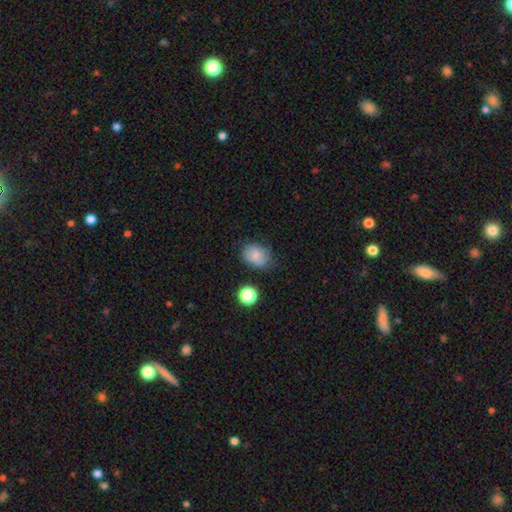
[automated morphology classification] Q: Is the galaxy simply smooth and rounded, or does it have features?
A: smooth — 77%.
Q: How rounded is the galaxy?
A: in between — 62%.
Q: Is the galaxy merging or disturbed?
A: none — 68%.